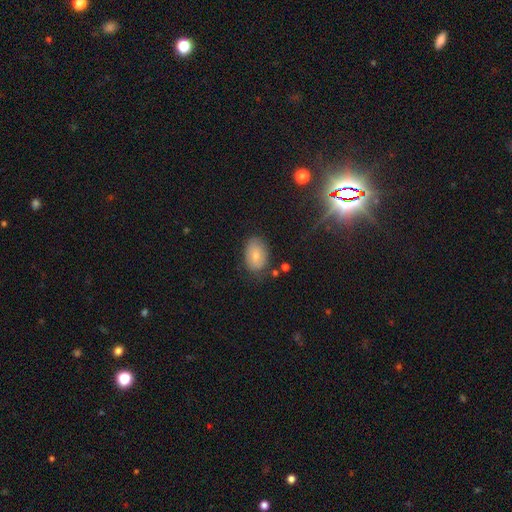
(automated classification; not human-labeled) Morphology: type=smooth (71%); roundness=in between (83%); merging=none (71%).